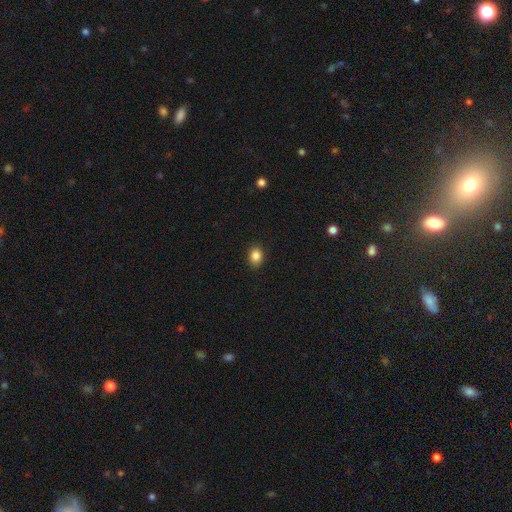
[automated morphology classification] Q: Smooth or featured?
A: smooth (87%); runner-up: star or artifact (9%)
Q: How rounded?
A: in between (54%); runner-up: round (45%)
Q: Merging?
A: none (89%); runner-up: minor disturbance (8%)